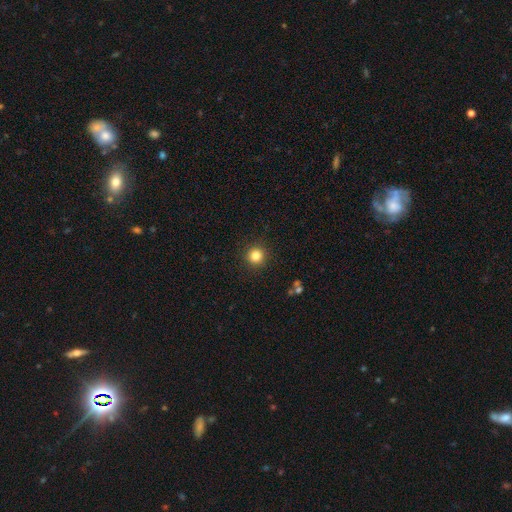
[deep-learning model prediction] Q: Smooth or featured?
A: smooth (83%); runner-up: star or artifact (12%)
Q: How rounded?
A: round (95%); runner-up: in between (4%)
Q: Merging?
A: none (92%); runner-up: minor disturbance (5%)